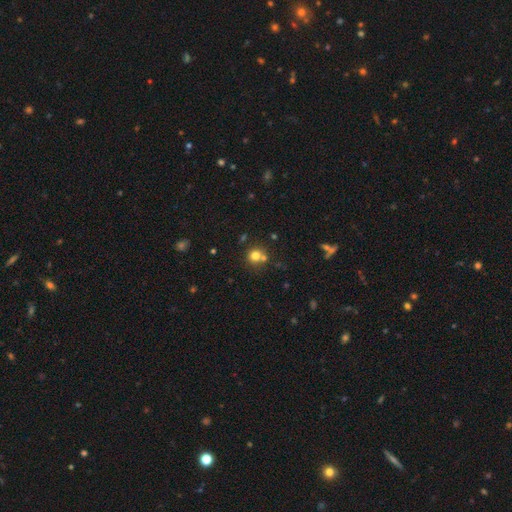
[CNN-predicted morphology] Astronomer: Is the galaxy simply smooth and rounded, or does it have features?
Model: smooth — 74%.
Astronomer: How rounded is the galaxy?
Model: round — 89%.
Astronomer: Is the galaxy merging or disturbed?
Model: none — 62%.